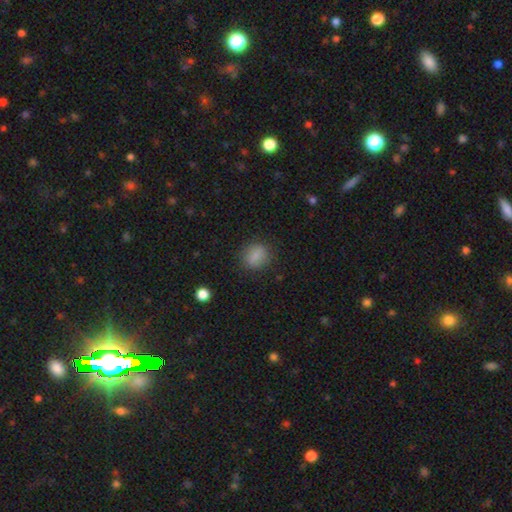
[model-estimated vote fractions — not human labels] A smooth galaxy with no disk features (83%) that is round (50%). Merging: none (83%).